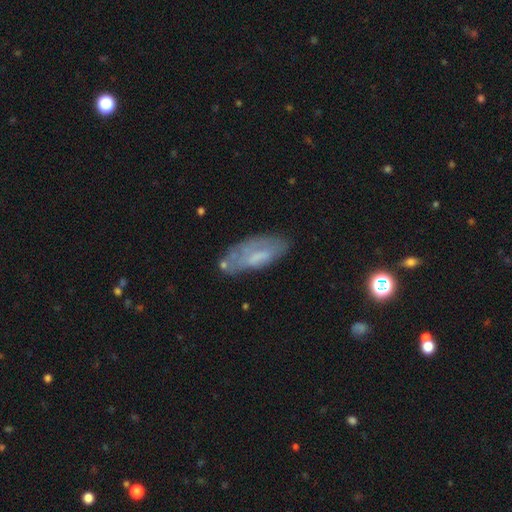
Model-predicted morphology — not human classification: Smooth or featured? Predicted: smooth (p=0.51). How rounded? Predicted: in between (p=0.71). Merging? Predicted: none (p=0.55).